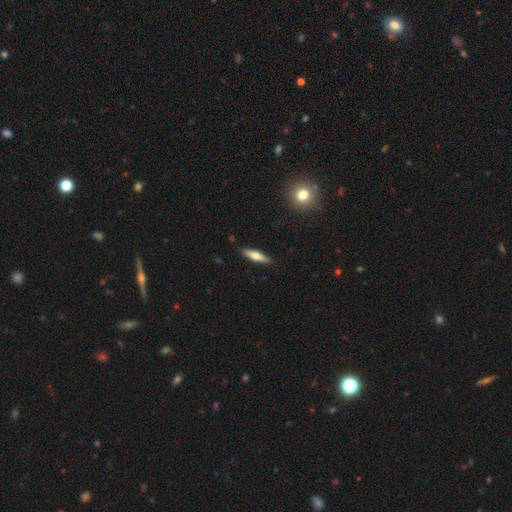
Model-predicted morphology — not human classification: A smooth galaxy with no disk features (59%) that is cigar-shaped (72%).

Vote fractions:
- Smooth or featured? smooth: 59% / featured or disk: 34% / star or artifact: 6%
- How rounded? cigar-shaped: 72% / in between: 26% / round: 2%
- Merging? none: 88% / minor disturbance: 9% / major disturbance: 2% / merger: 1%